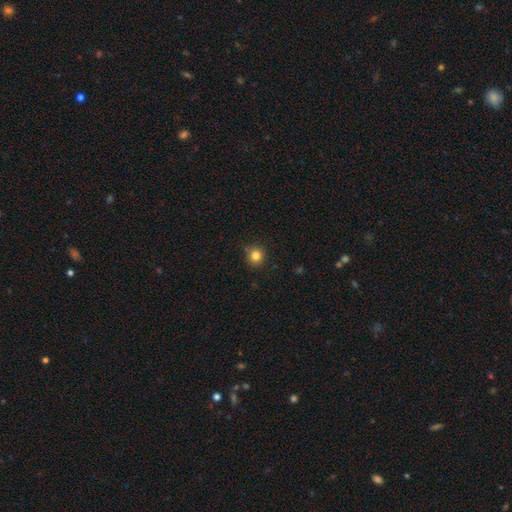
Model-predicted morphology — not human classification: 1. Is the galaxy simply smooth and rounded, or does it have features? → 83% smooth, 12% star or artifact, 5% featured or disk.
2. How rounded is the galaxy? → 92% round, 7% in between, 1% cigar-shaped.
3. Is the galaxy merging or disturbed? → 84% none, 12% minor disturbance, 2% major disturbance, 2% merger.